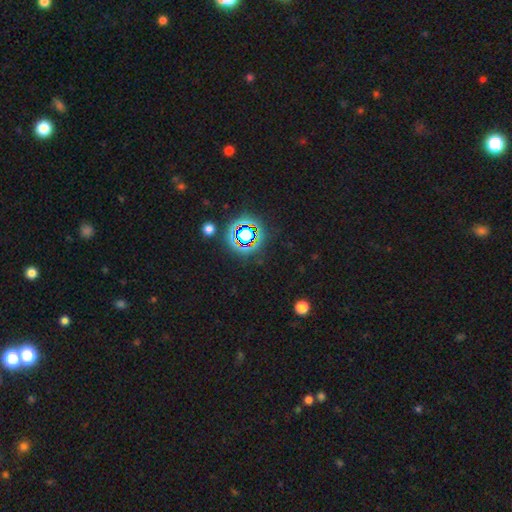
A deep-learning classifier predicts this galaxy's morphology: star or artifact 71%, smooth 20%, featured or disk 9%.